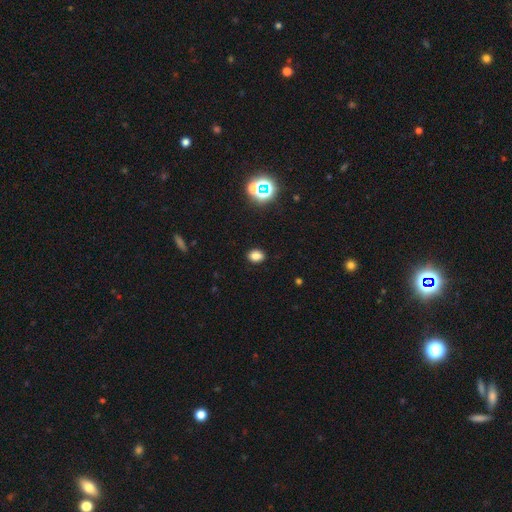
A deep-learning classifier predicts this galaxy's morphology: smooth 79%, star or artifact 15%, featured or disk 6%. Down the decision tree: how rounded — in between (62%); merging — none (89%).